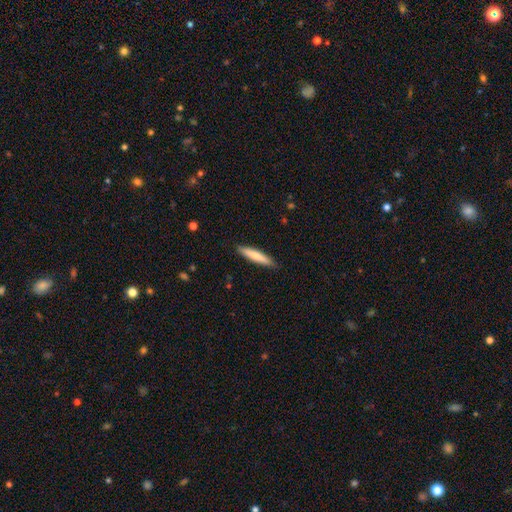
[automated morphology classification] smooth_or_featured: smooth (p=0.71) [alt: featured or disk p=0.24]
how_rounded: cigar-shaped (p=0.89) [alt: in between p=0.10]
merging: none (p=0.89) [alt: minor disturbance p=0.08]